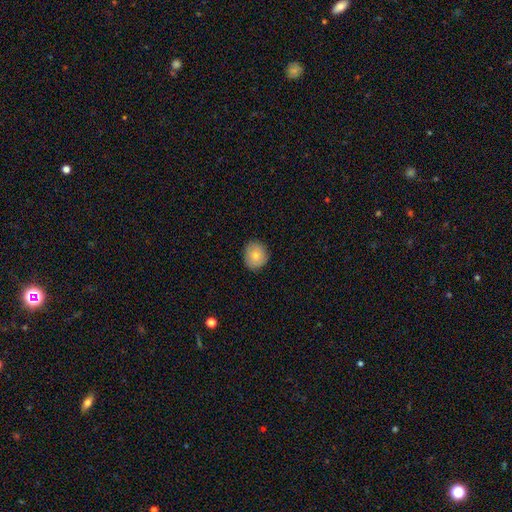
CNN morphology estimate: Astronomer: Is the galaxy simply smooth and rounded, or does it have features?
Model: smooth — 79%.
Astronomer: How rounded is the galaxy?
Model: round — 81%.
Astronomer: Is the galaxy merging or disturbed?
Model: none — 87%.